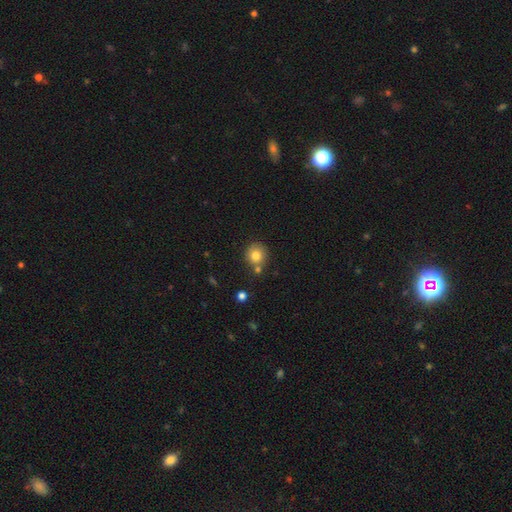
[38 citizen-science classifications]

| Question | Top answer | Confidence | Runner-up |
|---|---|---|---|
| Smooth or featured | smooth | 89% | star or artifact (8%) |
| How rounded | round | 100% | — |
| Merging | none | 66% | merger (29%) |